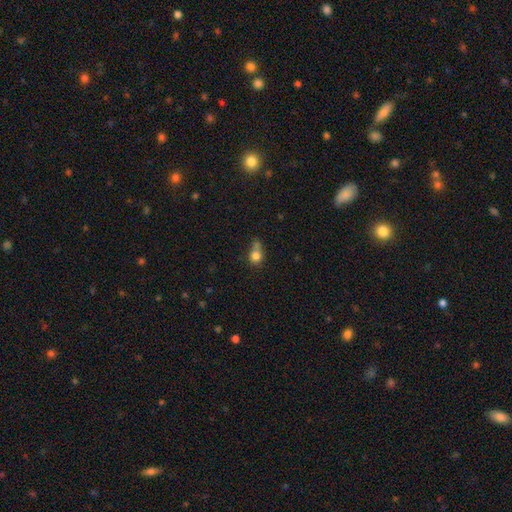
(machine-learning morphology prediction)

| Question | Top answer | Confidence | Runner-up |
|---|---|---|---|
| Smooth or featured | smooth | 79% | star or artifact (12%) |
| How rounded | round | 72% | in between (26%) |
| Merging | none | 40% | merger (31%) |